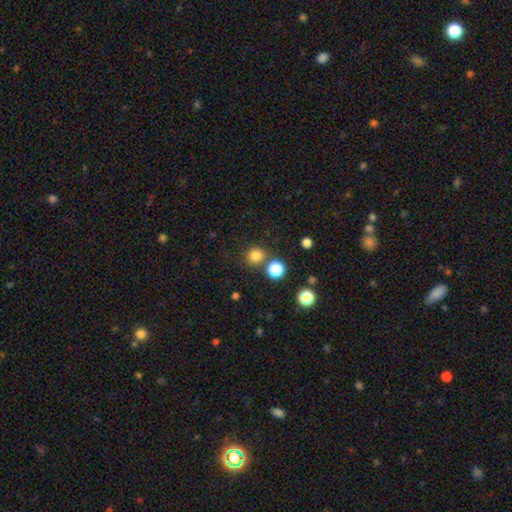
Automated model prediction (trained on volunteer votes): Q: Smooth or featured?
A: smooth (80%); runner-up: star or artifact (15%)
Q: How rounded?
A: round (90%); runner-up: in between (9%)
Q: Merging?
A: none (80%); runner-up: merger (10%)